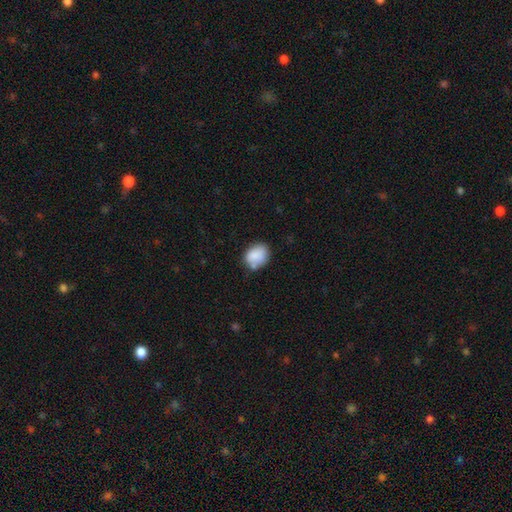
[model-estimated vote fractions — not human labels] The model was most divided on "how rounded": in between: 51%, round: 48%, cigar-shaped: 1%. More confident: smooth or featured — smooth (85%); merging — none (66%).